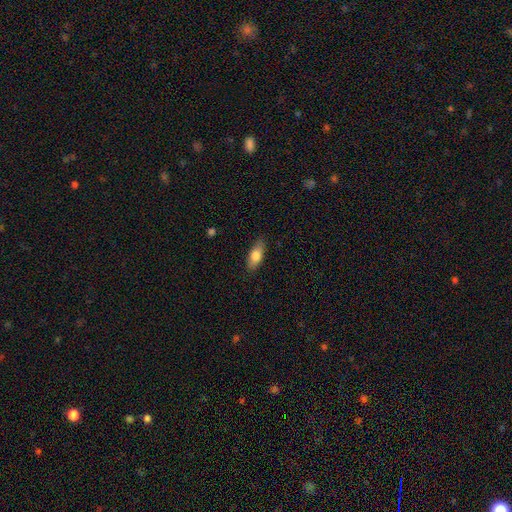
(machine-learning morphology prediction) The model was most divided on "how rounded": in between: 74%, cigar-shaped: 23%, round: 3%. More confident: merging — none (86%); smooth or featured — smooth (76%).